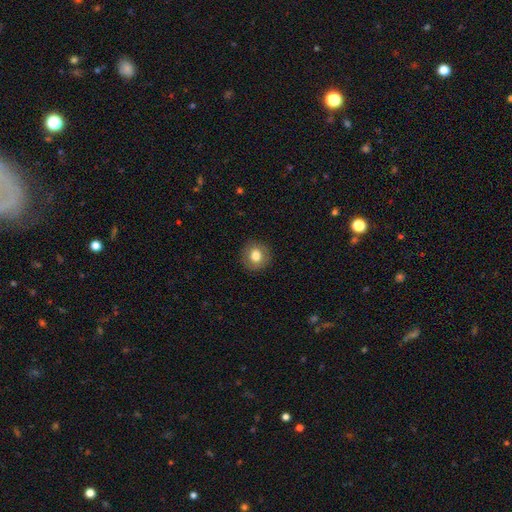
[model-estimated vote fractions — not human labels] smooth_or_featured: smooth (p=0.79) [alt: featured or disk p=0.12]
how_rounded: round (p=0.86) [alt: in between p=0.13]
merging: none (p=0.90) [alt: minor disturbance p=0.07]